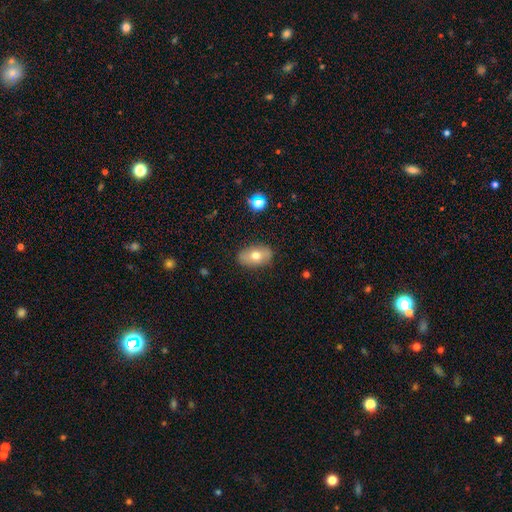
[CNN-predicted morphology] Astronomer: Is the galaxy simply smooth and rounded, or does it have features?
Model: smooth — 68%.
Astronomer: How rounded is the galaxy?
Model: in between — 89%.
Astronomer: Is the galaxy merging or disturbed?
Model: none — 85%.